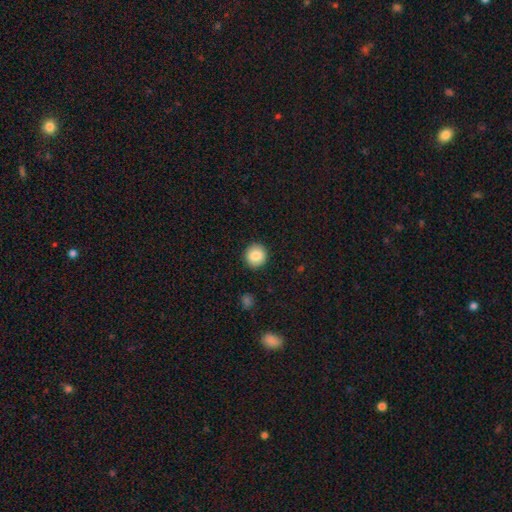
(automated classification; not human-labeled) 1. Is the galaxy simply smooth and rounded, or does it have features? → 85% smooth, 8% star or artifact, 7% featured or disk.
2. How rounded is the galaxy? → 92% round, 7% in between, 1% cigar-shaped.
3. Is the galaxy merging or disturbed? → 92% none, 5% minor disturbance, 2% major disturbance, 1% merger.